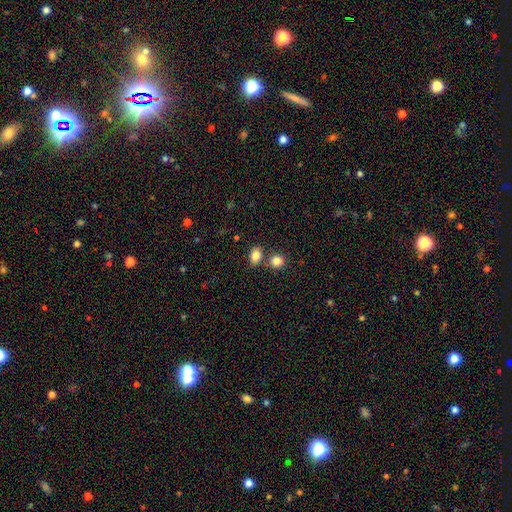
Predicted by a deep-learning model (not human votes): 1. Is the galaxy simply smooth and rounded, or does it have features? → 84% smooth, 10% star or artifact, 6% featured or disk.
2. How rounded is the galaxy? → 69% in between, 29% round, 1% cigar-shaped.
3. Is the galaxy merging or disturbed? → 65% none, 22% merger, 10% minor disturbance, 3% major disturbance.